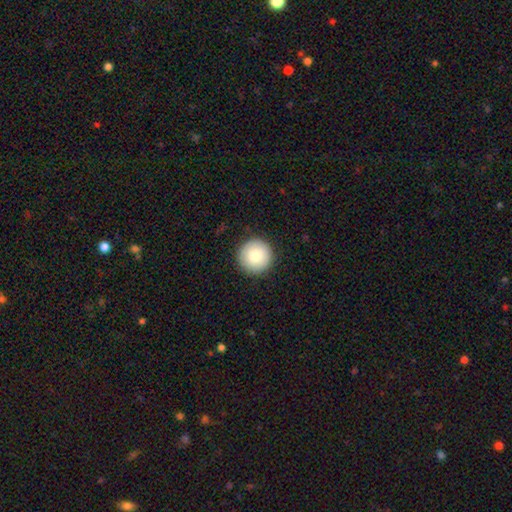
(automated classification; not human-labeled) smooth 82%, featured or disk 10%, star or artifact 8%. Down the decision tree: how rounded — round (96%); merging — none (91%).